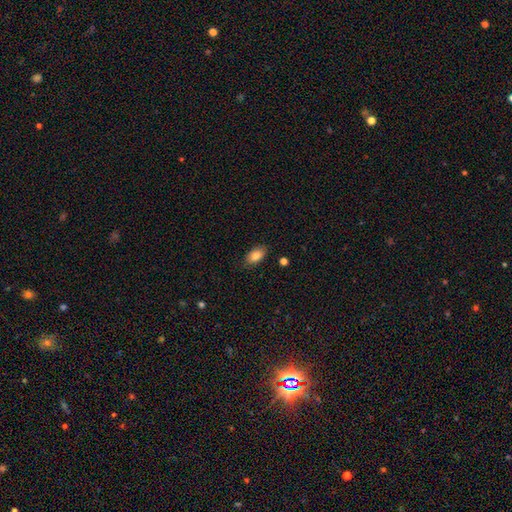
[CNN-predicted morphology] This is clearly a smooth galaxy (84%). How rounded: clearly in between (91%). Merging: clearly none (84%).